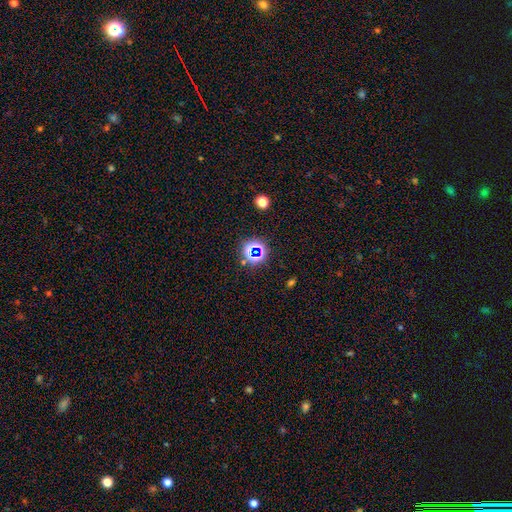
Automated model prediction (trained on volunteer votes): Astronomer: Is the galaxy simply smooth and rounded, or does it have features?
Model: star or artifact — 67%.